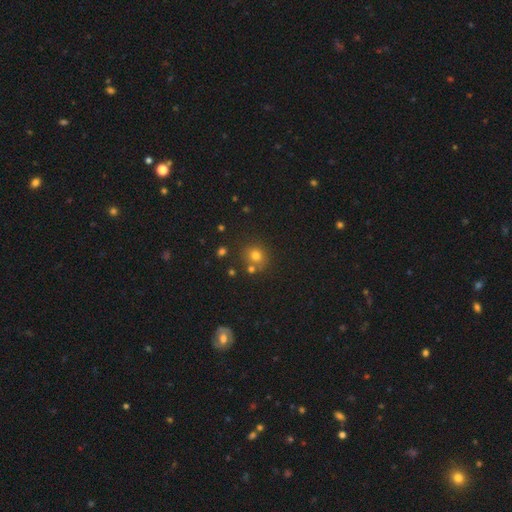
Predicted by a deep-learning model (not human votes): The model was most divided on "merging": none: 70%, merger: 15%, minor disturbance: 11%, major disturbance: 4%. More confident: how rounded — round (81%); smooth or featured — smooth (74%).